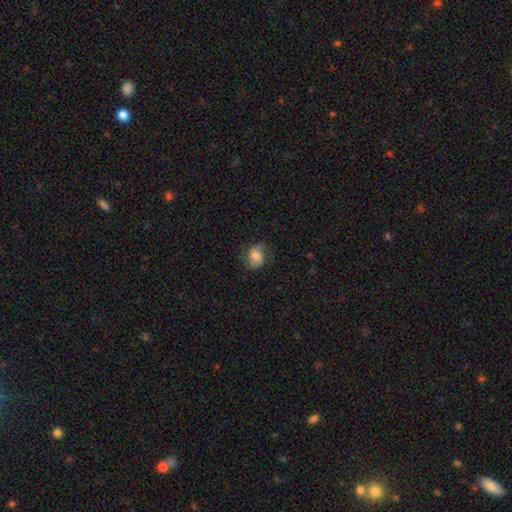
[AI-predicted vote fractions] Smooth or featured? Predicted: smooth (p=0.50). Merging? Predicted: none (p=0.66).